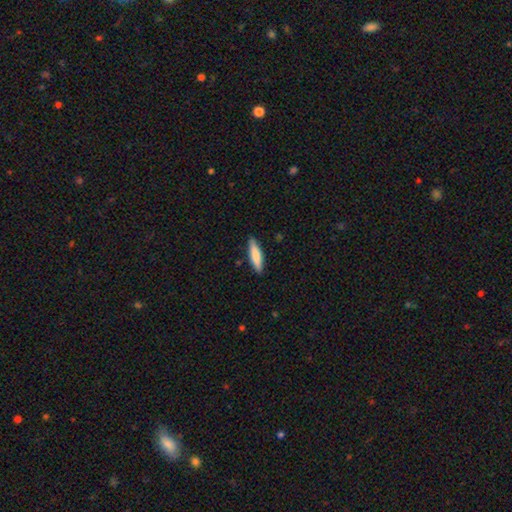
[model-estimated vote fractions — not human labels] Morphology: type=smooth (78%); roundness=cigar-shaped (77%); merging=none (88%).